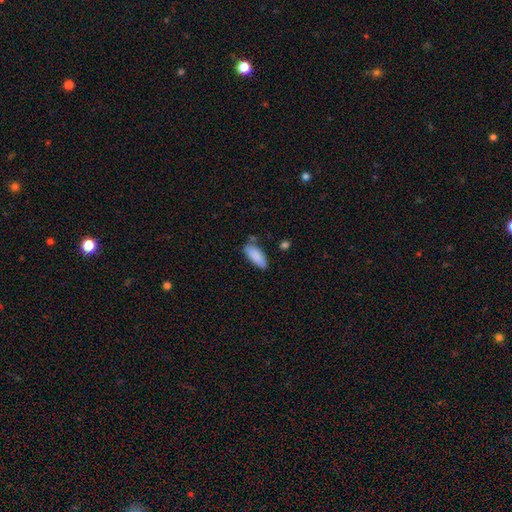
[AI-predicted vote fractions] This is clearly a smooth galaxy (85%). How rounded: likely in between (74%). Merging: likely none (72%).